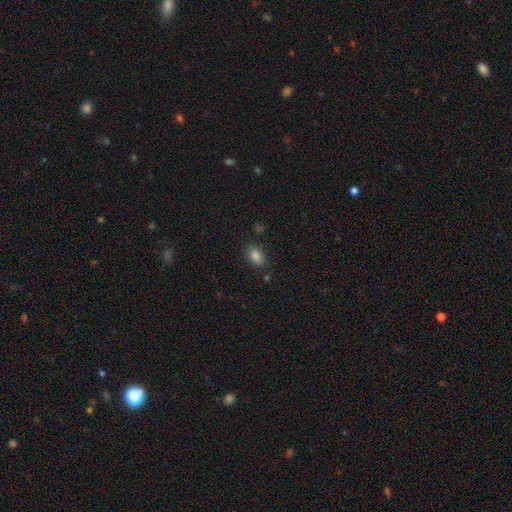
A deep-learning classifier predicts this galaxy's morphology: This is clearly a smooth galaxy (83%). How rounded: clearly in between (86%). Merging: clearly none (83%).